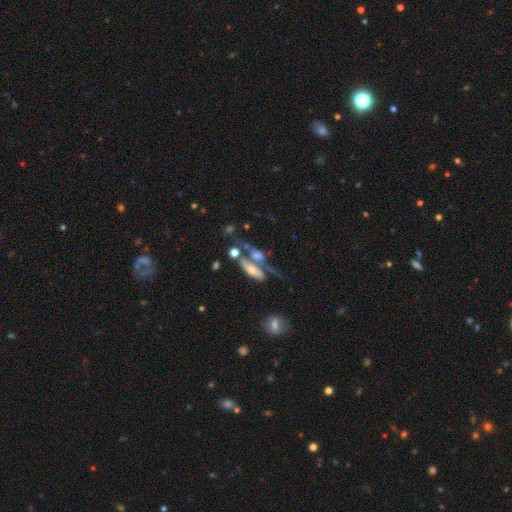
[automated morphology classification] The model was most divided on "smooth or featured": featured or disk: 49%, smooth: 41%, star or artifact: 10%. Remaining: merging — merger (45%).